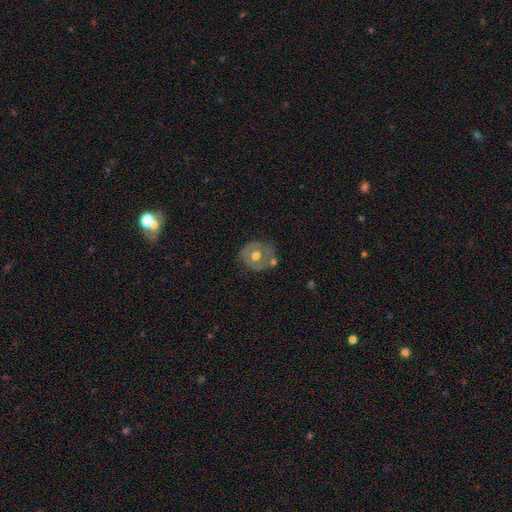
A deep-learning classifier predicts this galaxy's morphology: A featured or disk galaxy (47%).

Vote fractions:
- Smooth or featured? featured or disk: 47% / smooth: 45% / star or artifact: 7%
- Merging? none: 64% / minor disturbance: 18% / merger: 12% / major disturbance: 6%